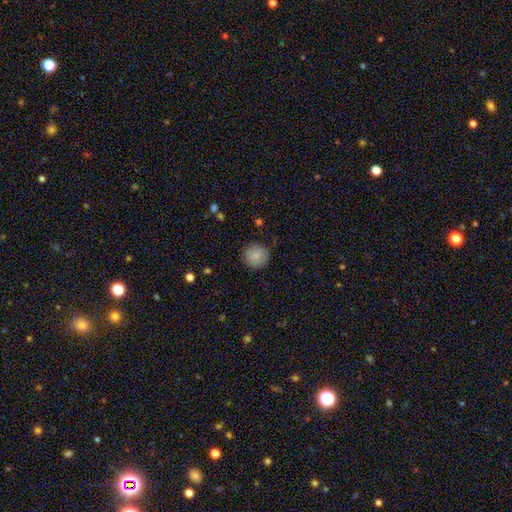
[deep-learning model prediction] Smooth or featured?
  - smooth: 86% *
  - star or artifact: 8%
  - featured or disk: 6%
How rounded?
  - round: 92% *
  - in between: 7%
  - cigar-shaped: 1%
Merging?
  - none: 88% *
  - minor disturbance: 9%
  - major disturbance: 2%
  - merger: 1%